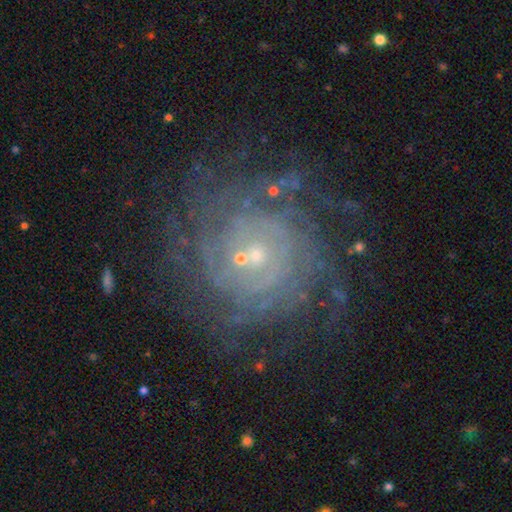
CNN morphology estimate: The model was most divided on "spiral arm count": can't tell: 40%, more than 4: 18%, 4: 14%, 2: 10%, 3: 10%, 1: 7%. More confident: edge-on disk — no (97%); spiral arms — yes (93%); smooth or featured — featured or disk (81%); bulge size — small (79%); spiral winding — tight (78%); merging — none (74%); bar — no (70%).